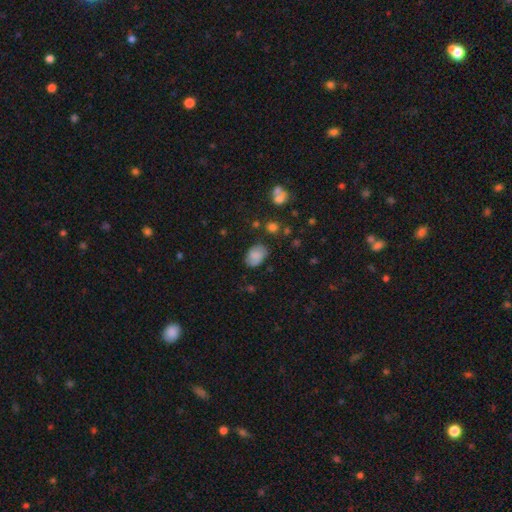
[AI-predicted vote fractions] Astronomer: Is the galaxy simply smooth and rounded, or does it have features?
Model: smooth — 81%.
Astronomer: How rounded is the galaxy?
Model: in between — 80%.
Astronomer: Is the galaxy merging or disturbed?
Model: none — 72%.